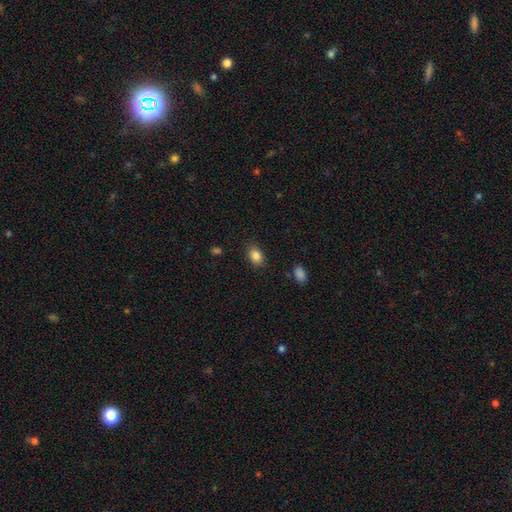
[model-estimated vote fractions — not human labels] This is clearly a smooth galaxy (86%). How rounded: clearly in between (85%). Merging: clearly none (85%).